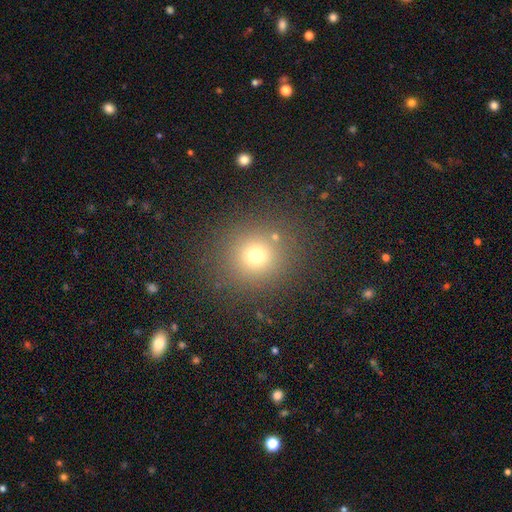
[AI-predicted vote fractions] Smooth or featured: smooth — 70% (star or artifact — 21%)
How rounded: round — 90% (in between — 9%)
Merging: none — 85% (minor disturbance — 8%)